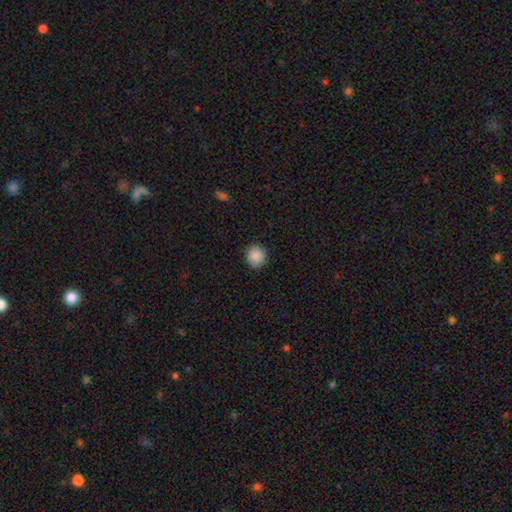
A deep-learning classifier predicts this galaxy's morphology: This is clearly a smooth galaxy (89%). How rounded: clearly round (91%). Merging: clearly none (90%).